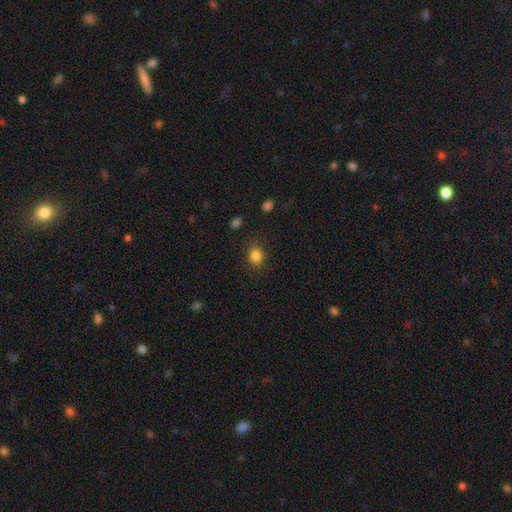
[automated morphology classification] Q: Smooth or featured?
A: smooth (84%); runner-up: star or artifact (12%)
Q: How rounded?
A: round (68%); runner-up: in between (31%)
Q: Merging?
A: none (84%); runner-up: minor disturbance (11%)